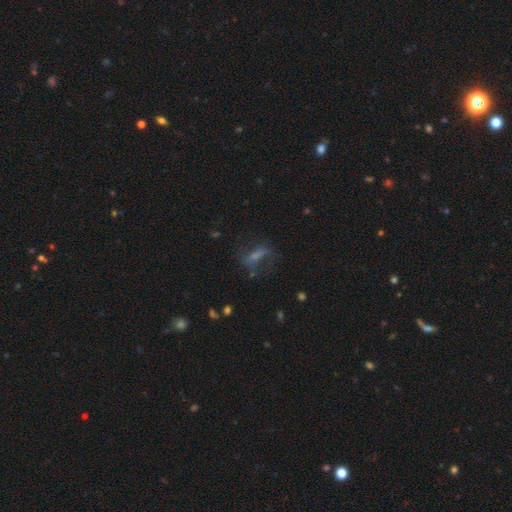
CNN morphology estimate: smooth-or-featured: featured or disk: 42% | smooth: 34% | star or artifact: 24%
  merging: none: 60% | major disturbance: 19% | minor disturbance: 18% | merger: 3%